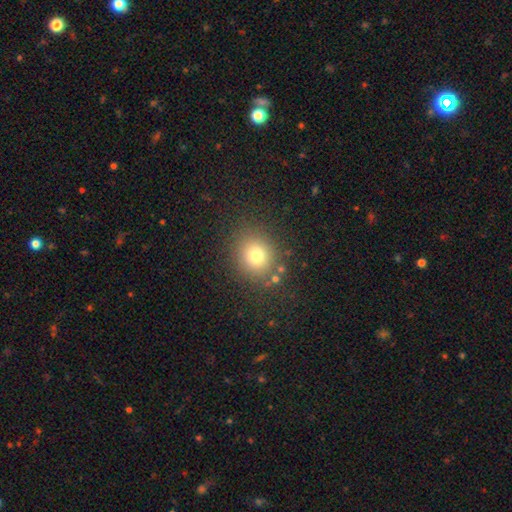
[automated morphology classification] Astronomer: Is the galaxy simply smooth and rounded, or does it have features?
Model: smooth — 75%.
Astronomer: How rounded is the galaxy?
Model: round — 80%.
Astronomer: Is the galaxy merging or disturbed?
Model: none — 84%.